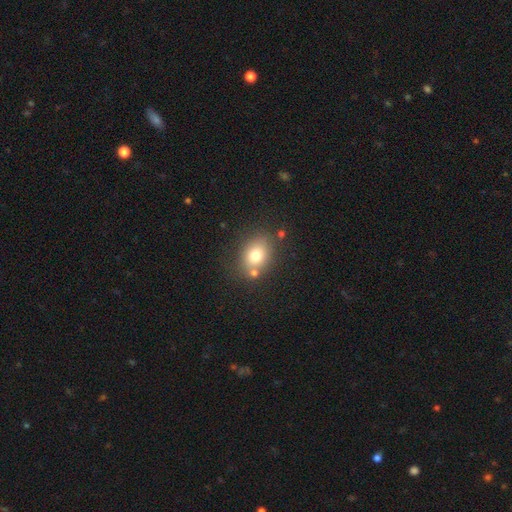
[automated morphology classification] Smooth or featured? Predicted: smooth (p=0.75). How rounded? Predicted: in between (p=0.57). Merging? Predicted: none (p=0.69).